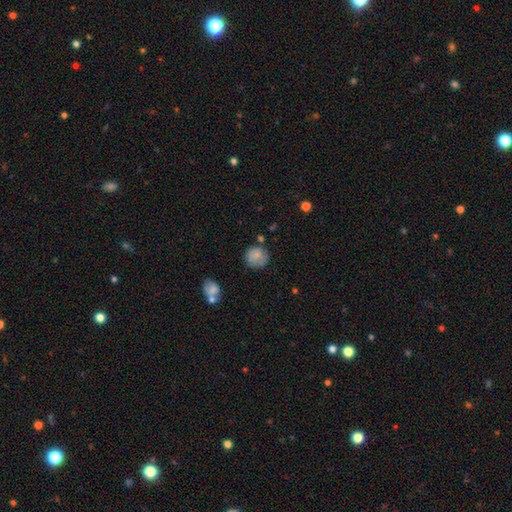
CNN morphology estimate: Smooth or featured: smooth — 77% (featured or disk — 14%)
How rounded: round — 86% (in between — 13%)
Merging: none — 65% (minor disturbance — 23%)